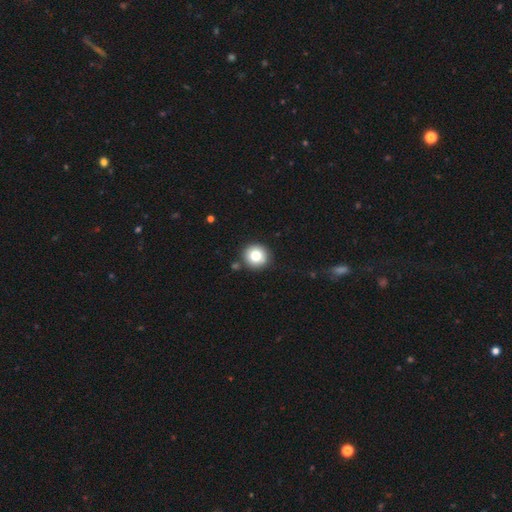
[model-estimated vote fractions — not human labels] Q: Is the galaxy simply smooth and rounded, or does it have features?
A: smooth — 80%.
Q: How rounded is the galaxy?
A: round — 93%.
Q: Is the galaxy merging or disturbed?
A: none — 87%.